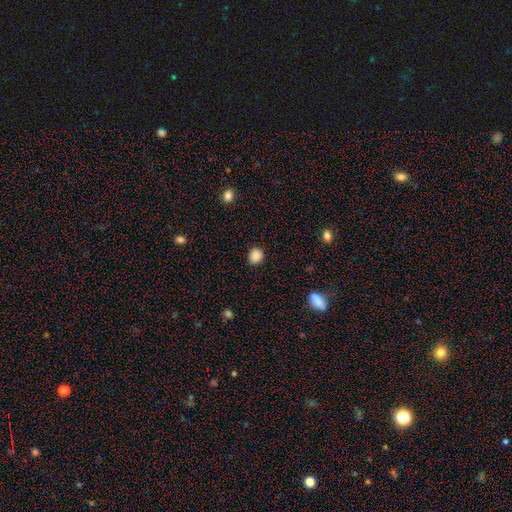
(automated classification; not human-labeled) This is clearly a smooth galaxy (88%). How rounded: likely round (74%). Merging: clearly none (89%).